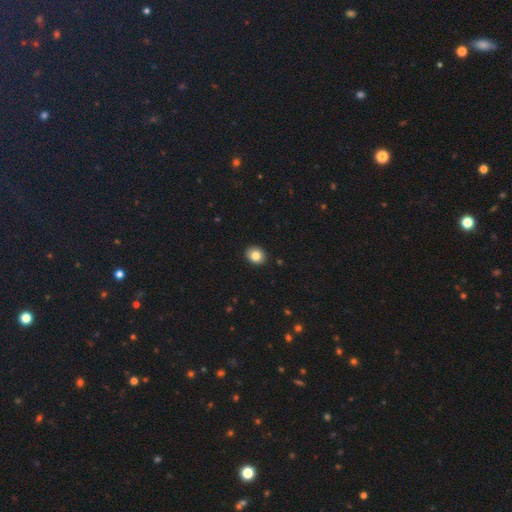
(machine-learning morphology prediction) smooth_or_featured: smooth (p=0.84) [alt: star or artifact p=0.09]
how_rounded: round (p=0.62) [alt: in between p=0.37]
merging: none (p=0.90) [alt: minor disturbance p=0.07]